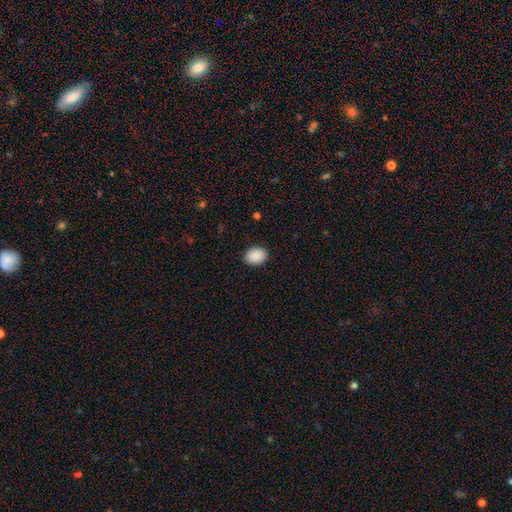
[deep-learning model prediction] Smooth or featured? Predicted: smooth (p=0.91). How rounded? Predicted: in between (p=0.70). Merging? Predicted: none (p=0.89).